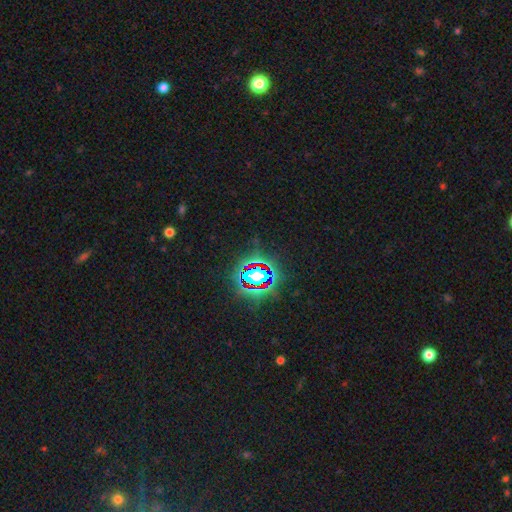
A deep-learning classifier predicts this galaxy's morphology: Overall: star or artifact (82%).